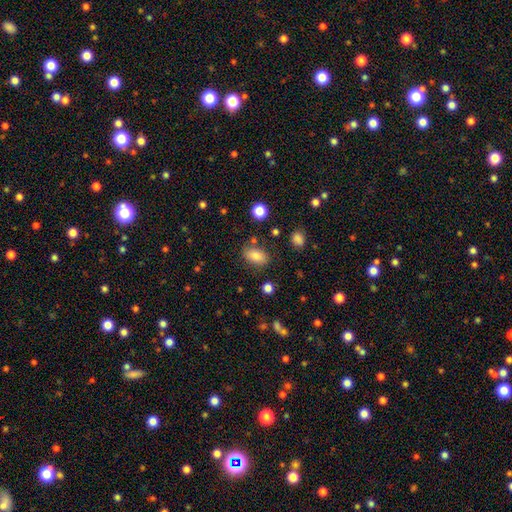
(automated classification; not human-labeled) This is clearly a smooth galaxy (82%). How rounded: clearly in between (87%). Merging: likely none (76%).